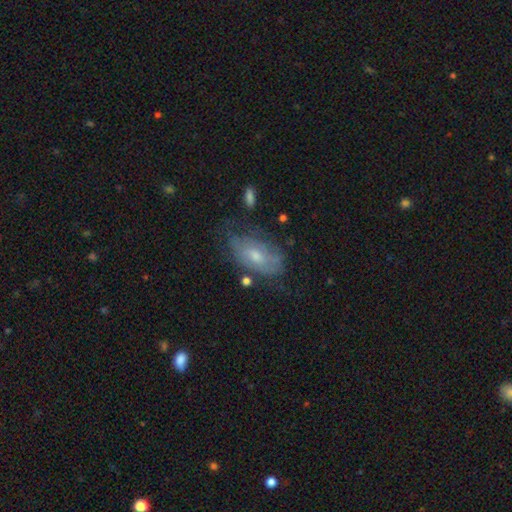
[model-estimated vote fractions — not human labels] The model was most divided on "smooth or featured": featured or disk: 51%, smooth: 40%, star or artifact: 9%. More confident: edge-on disk — no (91%); merging — none (55%).